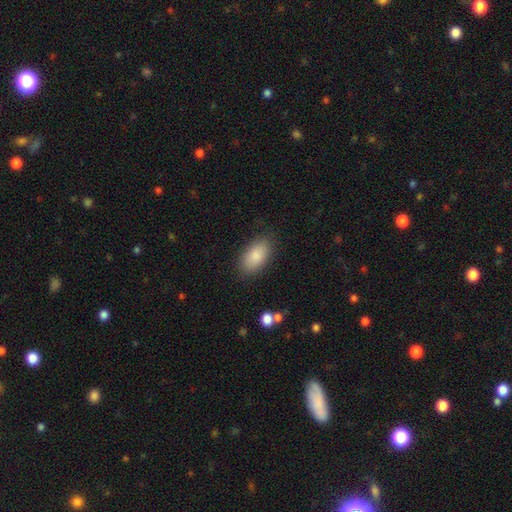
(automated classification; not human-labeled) The model was most divided on "merging": none: 84%, minor disturbance: 11%, major disturbance: 3%, merger: 1%. More confident: how rounded — in between (93%); smooth or featured — smooth (86%).